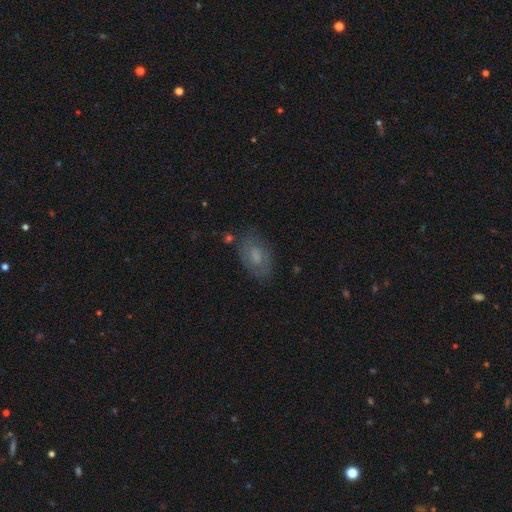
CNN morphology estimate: smooth_or_featured: smooth (p=0.55) [alt: featured or disk p=0.34]
how_rounded: in between (p=0.88) [alt: round p=0.10]
merging: none (p=0.73) [alt: minor disturbance p=0.18]